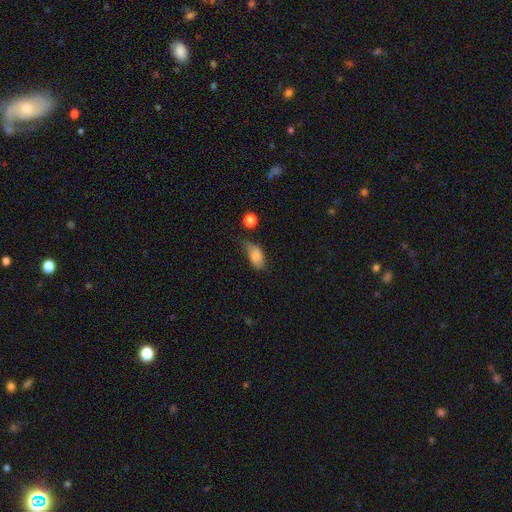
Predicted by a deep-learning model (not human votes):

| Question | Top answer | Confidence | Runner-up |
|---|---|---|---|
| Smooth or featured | smooth | 79% | featured or disk (11%) |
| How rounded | in between | 88% | round (8%) |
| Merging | minor disturbance | 40% | none (38%) |